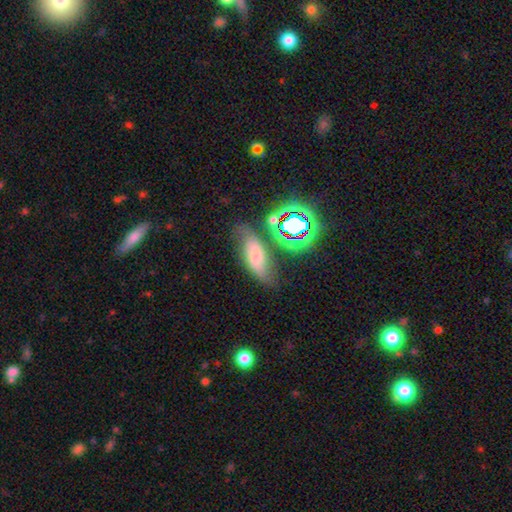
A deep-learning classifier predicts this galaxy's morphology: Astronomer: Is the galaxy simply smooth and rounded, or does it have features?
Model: smooth — 48% (runner-up: featured or disk, 34%).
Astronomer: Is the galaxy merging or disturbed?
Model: none — 58%.